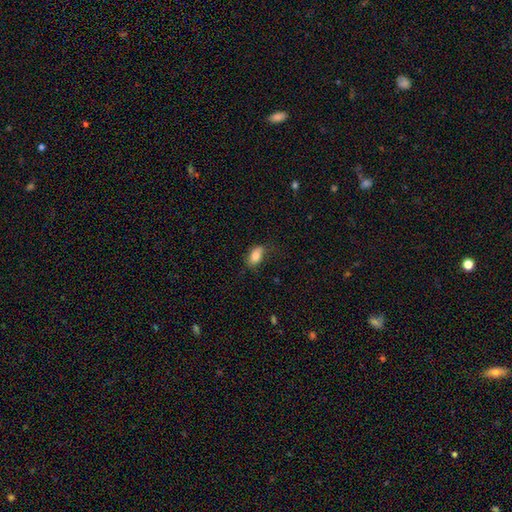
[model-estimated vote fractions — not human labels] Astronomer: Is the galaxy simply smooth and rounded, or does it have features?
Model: smooth — 82%.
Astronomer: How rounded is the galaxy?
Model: in between — 89%.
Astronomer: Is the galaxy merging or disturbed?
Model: none — 65%.